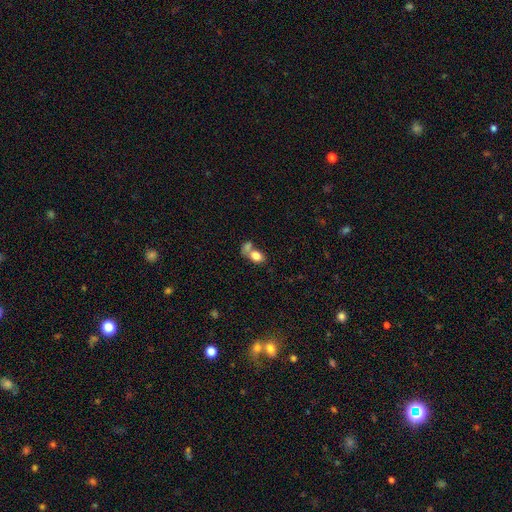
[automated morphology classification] A smooth galaxy with no disk features (79%) that is in between round and cigar-shaped (69%).

Vote fractions:
- Smooth or featured? smooth: 79% / featured or disk: 12% / star or artifact: 9%
- How rounded? in between: 69% / round: 30% / cigar-shaped: 1%
- Merging? merger: 54% / none: 31% / minor disturbance: 9% / major disturbance: 6%